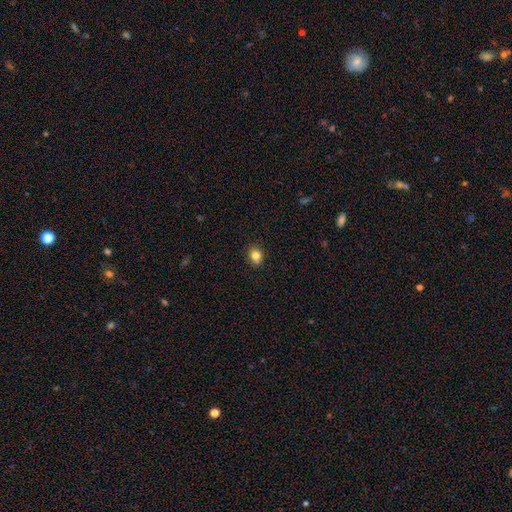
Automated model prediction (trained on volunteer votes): A smooth galaxy with no disk features (82%) that is round (54%).

Vote fractions:
- Smooth or featured? smooth: 82% / star or artifact: 11% / featured or disk: 7%
- How rounded? round: 54% / in between: 45% / cigar-shaped: 1%
- Merging? none: 85% / minor disturbance: 11% / major disturbance: 2% / merger: 2%